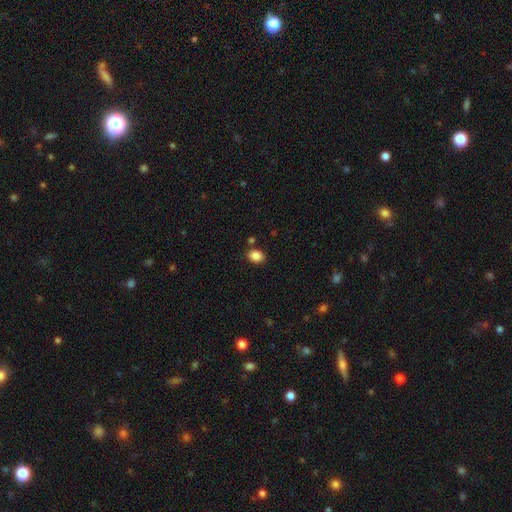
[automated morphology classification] A smooth galaxy with no disk features (87%) that is in between round and cigar-shaped (62%).

Vote fractions:
- Smooth or featured? smooth: 87% / star or artifact: 9% / featured or disk: 4%
- How rounded? in between: 62% / round: 37% / cigar-shaped: 1%
- Merging? none: 82% / minor disturbance: 10% / merger: 6% / major disturbance: 3%